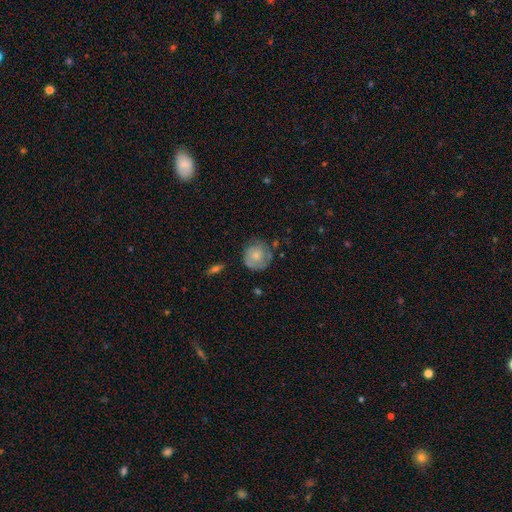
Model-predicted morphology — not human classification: smooth-or-featured: smooth: 61% | featured or disk: 32% | star or artifact: 7%
  how-rounded: round: 88% | in between: 11% | cigar-shaped: 1%
  merging: none: 64% | minor disturbance: 25% | major disturbance: 8% | merger: 3%